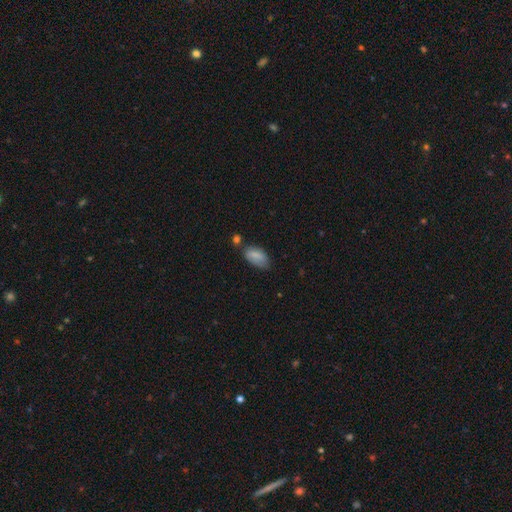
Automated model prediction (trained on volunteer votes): Smooth or featured?
  - smooth: 81% *
  - featured or disk: 12%
  - star or artifact: 7%
How rounded?
  - in between: 92% *
  - cigar-shaped: 4%
  - round: 4%
Merging?
  - none: 57% *
  - minor disturbance: 29%
  - merger: 8%
  - major disturbance: 6%